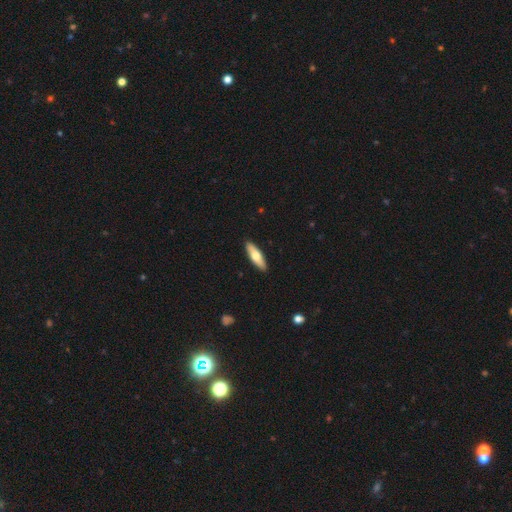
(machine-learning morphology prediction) Smooth or featured? smooth (62%)
How rounded? cigar-shaped (58%)
Merging? none (90%)